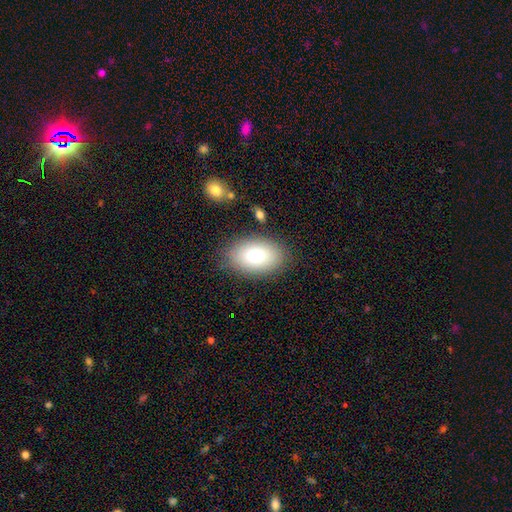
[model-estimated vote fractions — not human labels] The model was most divided on "smooth or featured": smooth: 78%, featured or disk: 13%, star or artifact: 9%. More confident: how rounded — in between (90%); merging — none (83%).